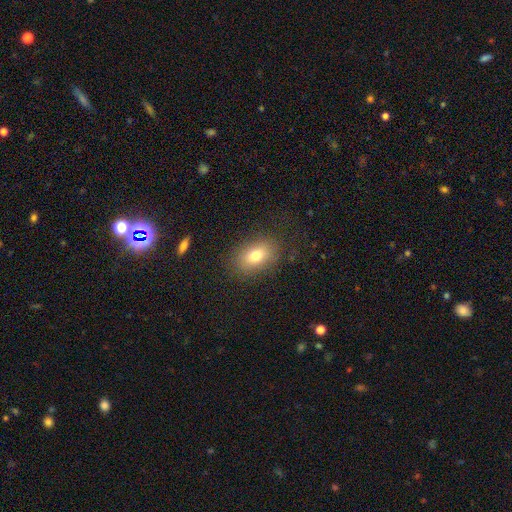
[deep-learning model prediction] The model was most divided on "smooth or featured": smooth: 76%, featured or disk: 13%, star or artifact: 11%. More confident: merging — none (83%); how rounded — in between (81%).